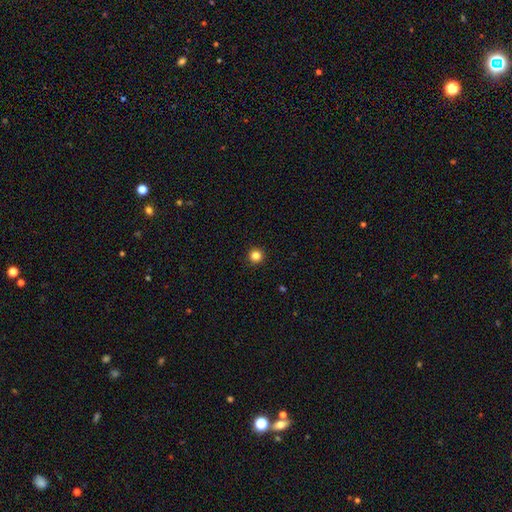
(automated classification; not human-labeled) smooth-or-featured: smooth: 84% | star or artifact: 12% | featured or disk: 4%
  how-rounded: round: 96% | in between: 3% | cigar-shaped: 1%
  merging: none: 94% | minor disturbance: 4% | major disturbance: 1% | merger: 1%